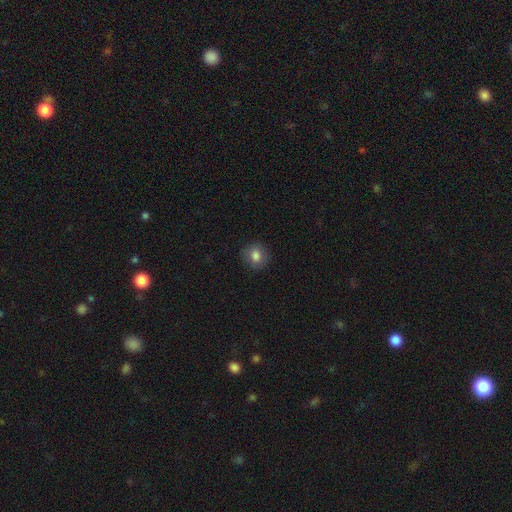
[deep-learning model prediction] Overall: smooth (81%). How rounded: round (80%). Merging: none (86%).